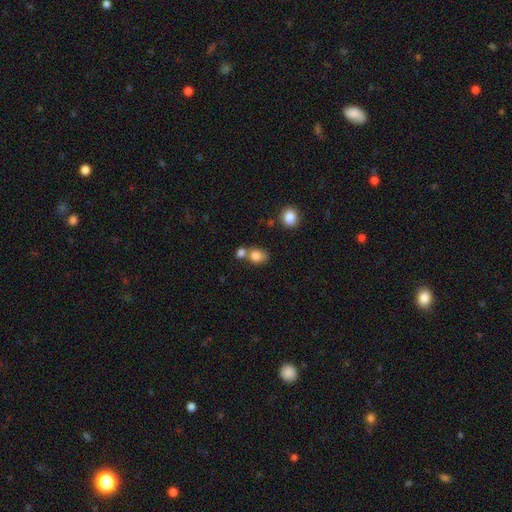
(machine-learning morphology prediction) smooth 82%, star or artifact 10%, featured or disk 8%. Down the decision tree: how rounded — round (49%, tied with in between); merging — none (42%).